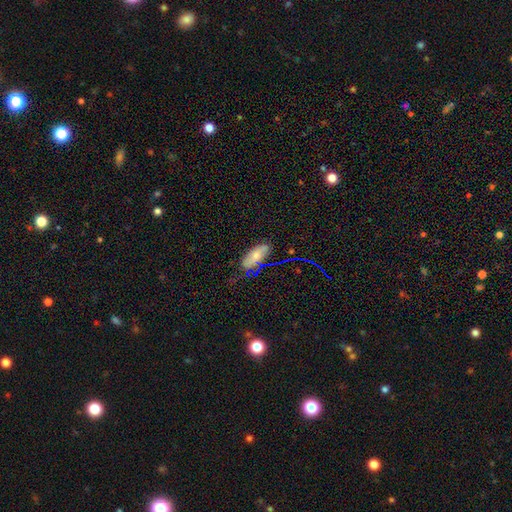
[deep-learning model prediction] Smooth or featured?
  - smooth: 70% *
  - featured or disk: 20%
  - star or artifact: 10%
How rounded?
  - in between: 83% *
  - cigar-shaped: 14%
  - round: 3%
Merging?
  - none: 69% *
  - minor disturbance: 23%
  - major disturbance: 5%
  - merger: 3%